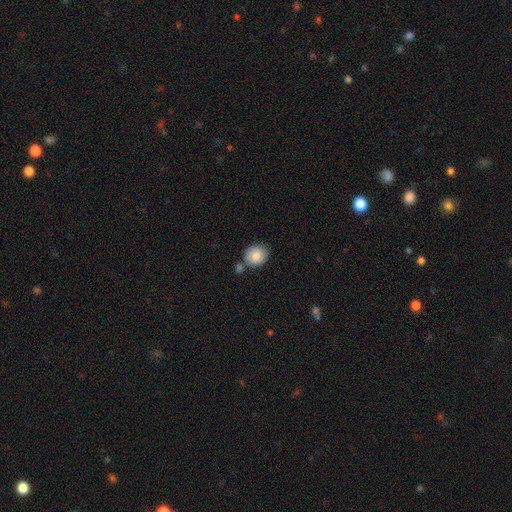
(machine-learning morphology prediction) The model was most divided on "how rounded": round: 66%, in between: 33%, cigar-shaped: 1%. More confident: smooth or featured — smooth (84%); merging — none (65%).